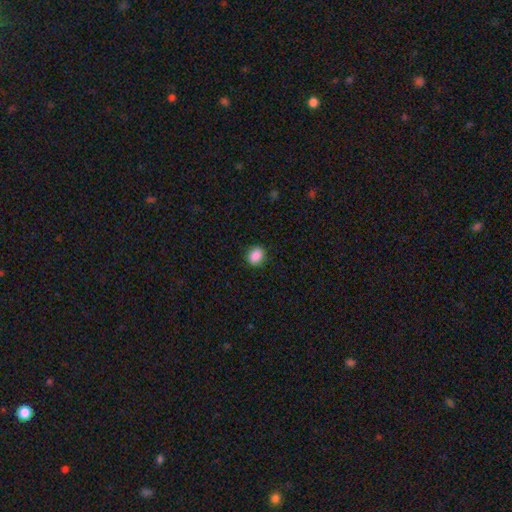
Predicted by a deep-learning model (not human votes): A smooth galaxy with no disk features (88%) that is round (60%). Merging: none (88%).